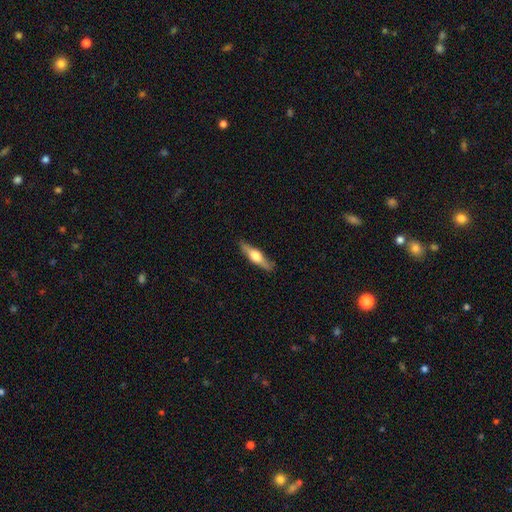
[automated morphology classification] smooth-or-featured: featured or disk: 59% | smooth: 36% | star or artifact: 5%
  disk-edge-on: yes: 95% | no: 5%
    edge-on-bulge: rounded: 93% | boxy: 5% | none: 2%
  merging: none: 88% | minor disturbance: 9% | major disturbance: 2% | merger: 1%